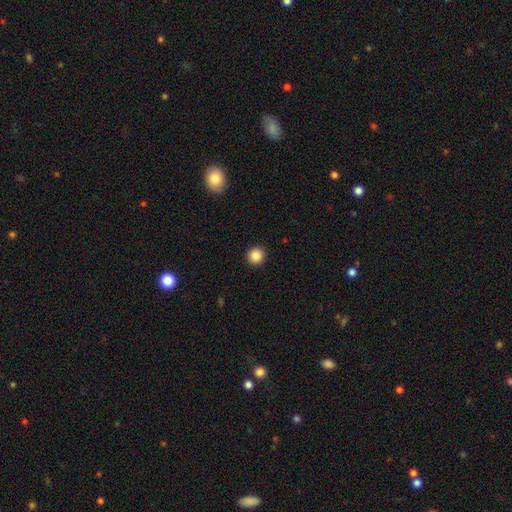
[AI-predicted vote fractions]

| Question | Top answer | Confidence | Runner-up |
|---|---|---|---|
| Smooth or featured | smooth | 86% | star or artifact (10%) |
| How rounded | round | 94% | in between (5%) |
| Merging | none | 93% | minor disturbance (4%) |